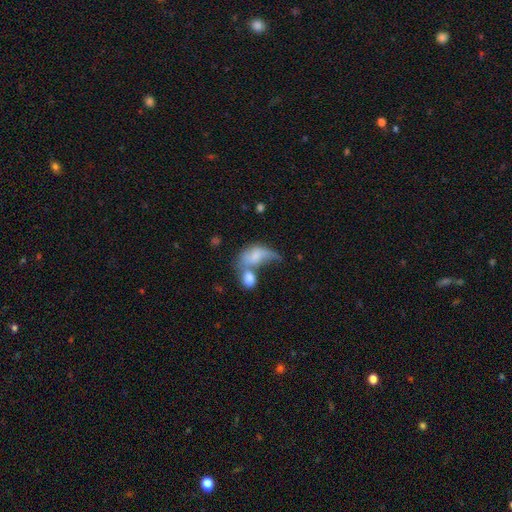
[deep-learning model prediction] Smooth or featured? Predicted: smooth (p=0.61). How rounded? Predicted: in between (p=0.83). Merging? Predicted: merger (p=0.56).